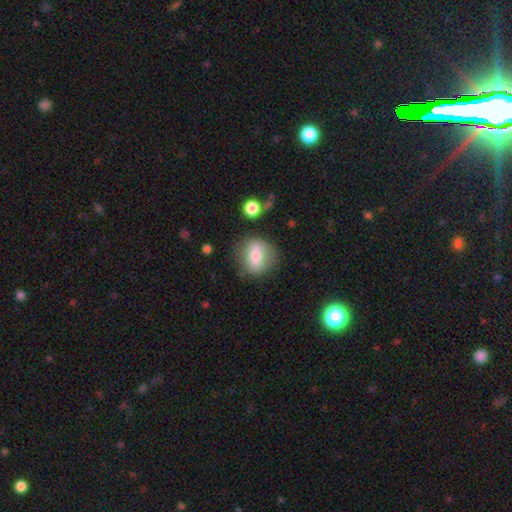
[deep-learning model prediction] This is likely a smooth galaxy (68%). How rounded: possibly round (49%). Merging: likely none (72%).